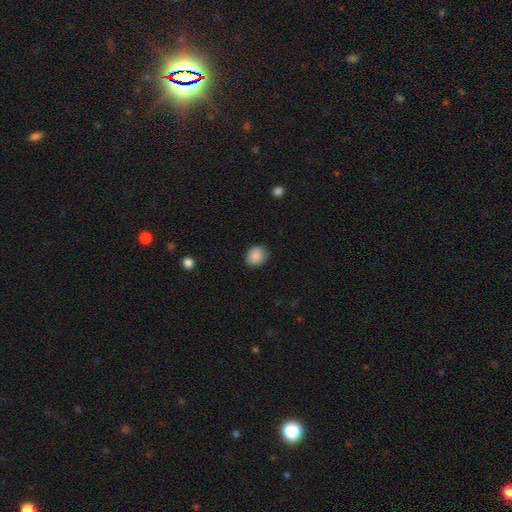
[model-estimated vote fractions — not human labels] Smooth or featured? smooth (88%)
How rounded? round (58%)
Merging? none (85%)